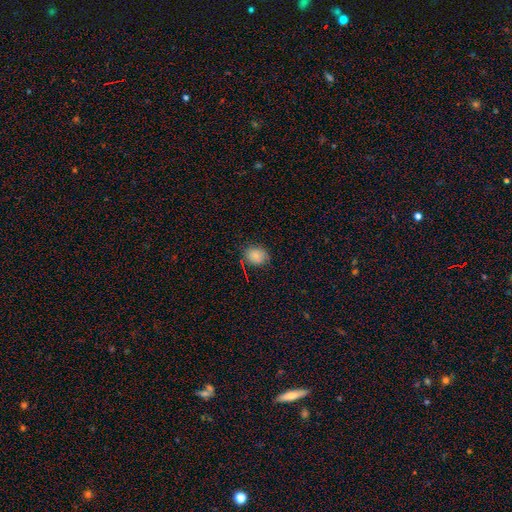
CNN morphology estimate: Smooth or featured?
  - smooth: 78% *
  - star or artifact: 13%
  - featured or disk: 9%
How rounded?
  - round: 53% *
  - in between: 46%
  - cigar-shaped: 1%
Merging?
  - none: 74% *
  - minor disturbance: 19%
  - major disturbance: 4%
  - merger: 2%